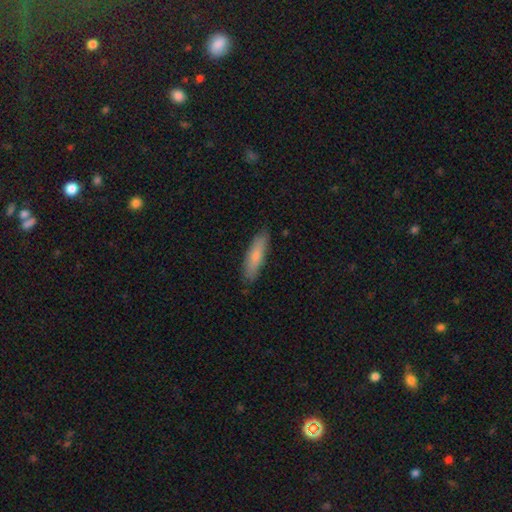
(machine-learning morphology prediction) smooth 76%, featured or disk 19%, star or artifact 6%. Down the decision tree: how rounded — cigar-shaped (70%); merging — none (85%).